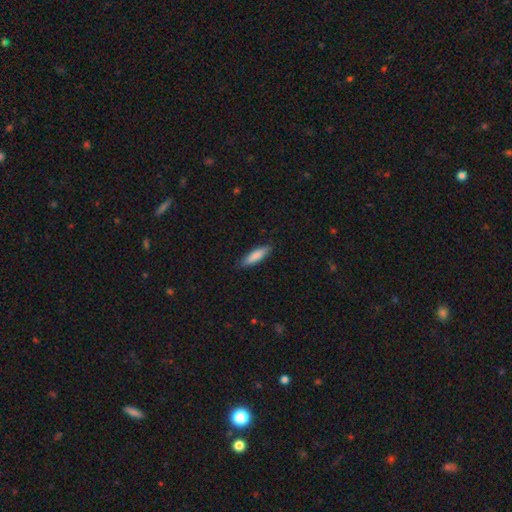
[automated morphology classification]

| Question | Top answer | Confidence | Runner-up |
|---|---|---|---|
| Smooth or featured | smooth | 83% | featured or disk (12%) |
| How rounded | cigar-shaped | 64% | in between (34%) |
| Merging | none | 85% | minor disturbance (12%) |